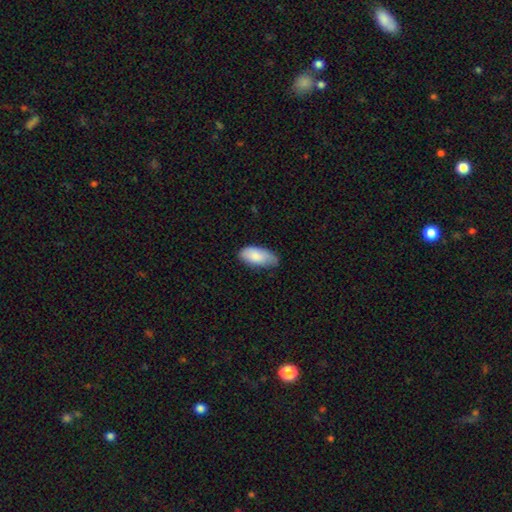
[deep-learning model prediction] This is clearly a smooth galaxy (85%). How rounded: clearly in between (93%). Merging: possibly none (54%).